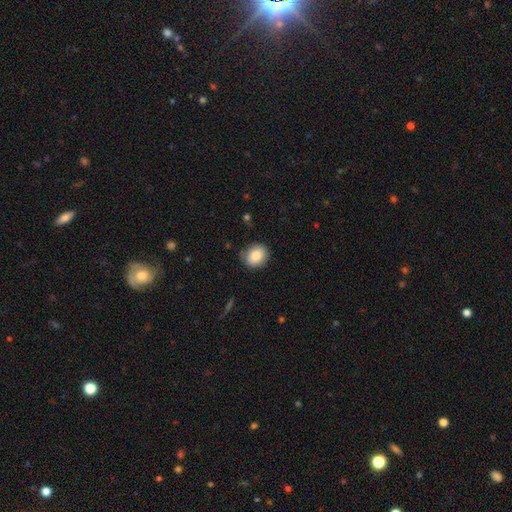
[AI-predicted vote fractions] Overall: smooth (86%). How rounded: round (66%; in between 33%). Merging: none (81%).